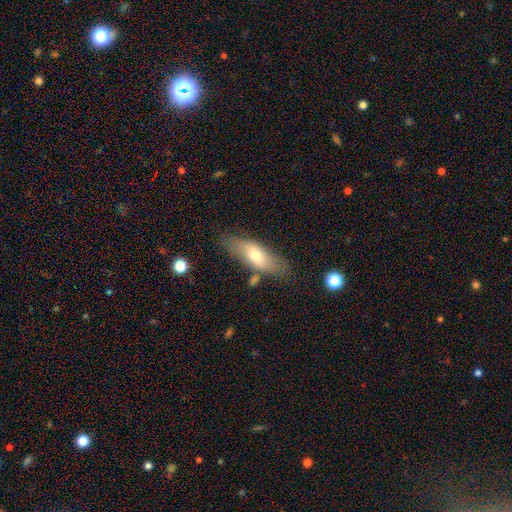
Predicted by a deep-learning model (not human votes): Overall: smooth (64%; featured or disk 29%). How rounded: in between (68%; cigar-shaped 29%). Merging: none (71%).